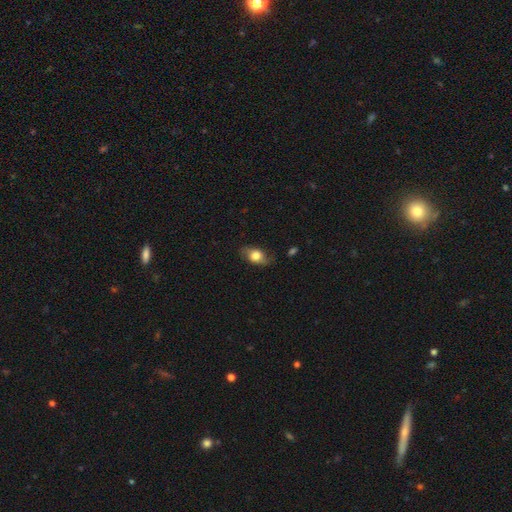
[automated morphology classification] Smooth or featured? Predicted: smooth (p=0.64). How rounded? Predicted: in between (p=0.81). Merging? Predicted: none (p=0.74).